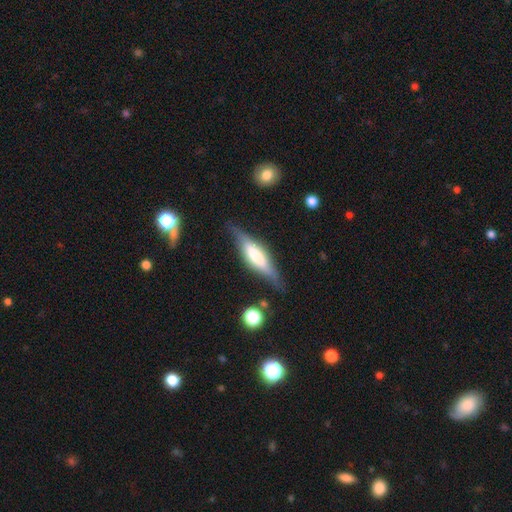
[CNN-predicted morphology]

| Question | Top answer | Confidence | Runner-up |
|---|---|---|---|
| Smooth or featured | featured or disk | 54% | smooth (40%) |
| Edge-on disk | yes | 90% | no (10%) |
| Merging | none | 76% | minor disturbance (17%) |